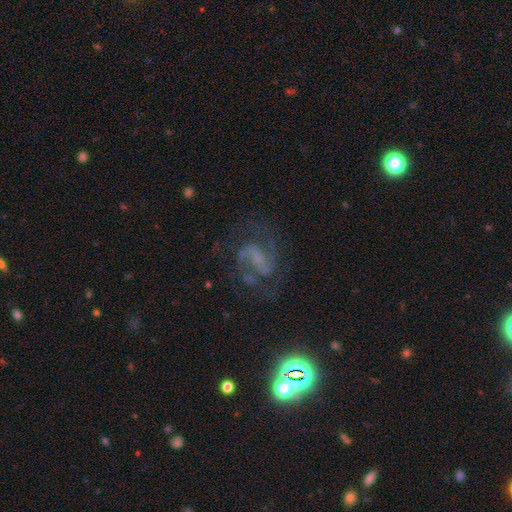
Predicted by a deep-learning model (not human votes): Smooth or featured? Predicted: featured or disk (p=0.77). Edge-on disk? Predicted: no (p=0.97). Bar? Predicted: weak (p=0.43). Spiral arms? Predicted: yes (p=0.93). Spiral winding? Predicted: medium (p=0.55). Spiral arm count? Predicted: 2 (p=0.81). Bulge size? Predicted: none (p=0.48). Merging? Predicted: none (p=0.64).